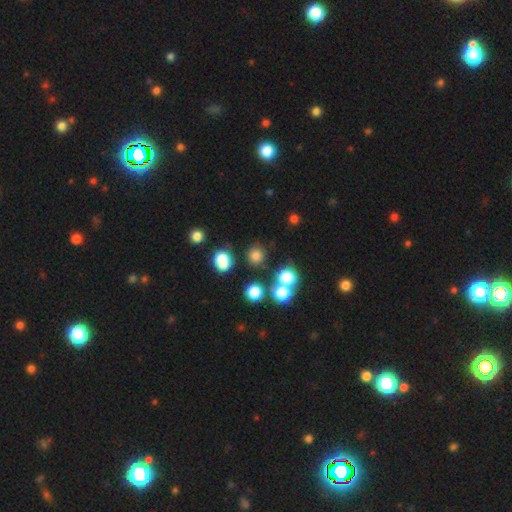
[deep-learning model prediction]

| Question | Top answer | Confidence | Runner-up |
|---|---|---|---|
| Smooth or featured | smooth | 74% | star or artifact (20%) |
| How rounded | round | 89% | in between (10%) |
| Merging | none | 77% | merger (10%) |